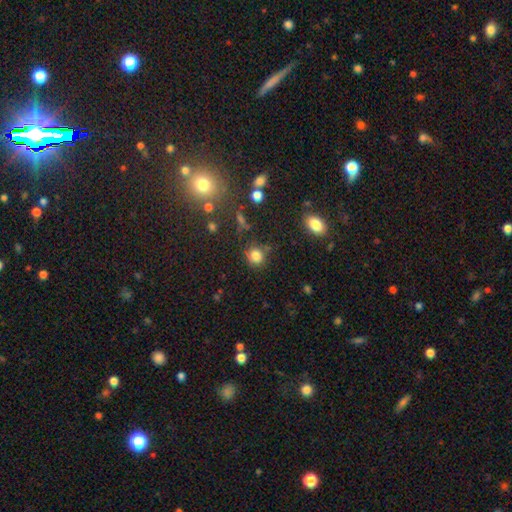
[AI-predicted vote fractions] Smooth or featured? Predicted: smooth (p=0.81). How rounded? Predicted: round (p=0.80). Merging? Predicted: none (p=0.75).